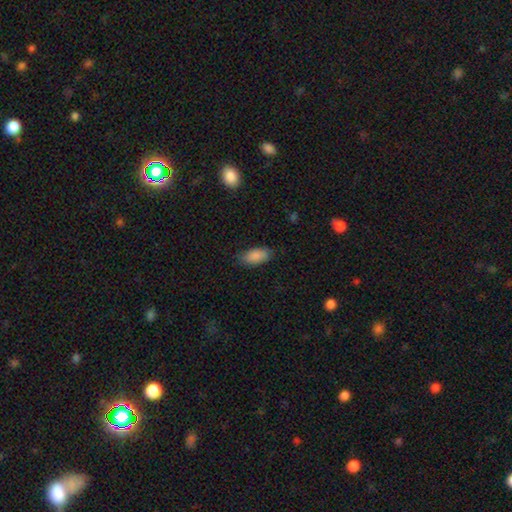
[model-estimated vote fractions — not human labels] Q: Smooth or featured?
A: smooth (88%); runner-up: star or artifact (6%)
Q: How rounded?
A: in between (90%); runner-up: cigar-shaped (8%)
Q: Merging?
A: none (81%); runner-up: minor disturbance (14%)